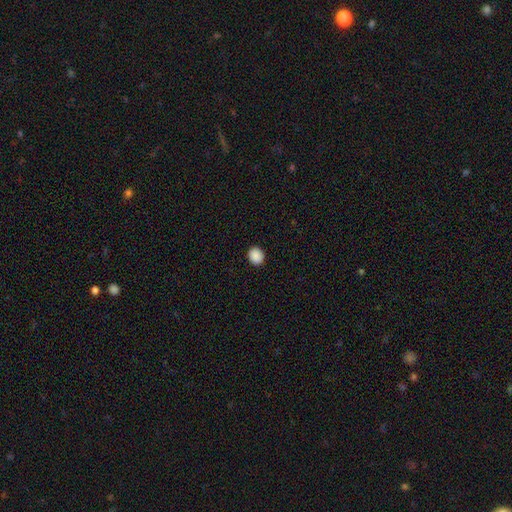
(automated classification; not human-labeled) Smooth or featured?
  - smooth: 89% *
  - star or artifact: 8%
  - featured or disk: 2%
How rounded?
  - round: 64% *
  - in between: 35%
  - cigar-shaped: 1%
Merging?
  - none: 92% *
  - minor disturbance: 6%
  - major disturbance: 2%
  - merger: 1%